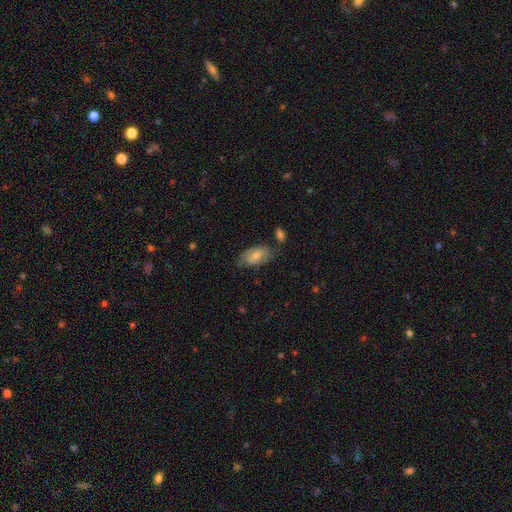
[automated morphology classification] A smooth galaxy with no disk features (67%) that is in between round and cigar-shaped (92%). Merging: none (60%).